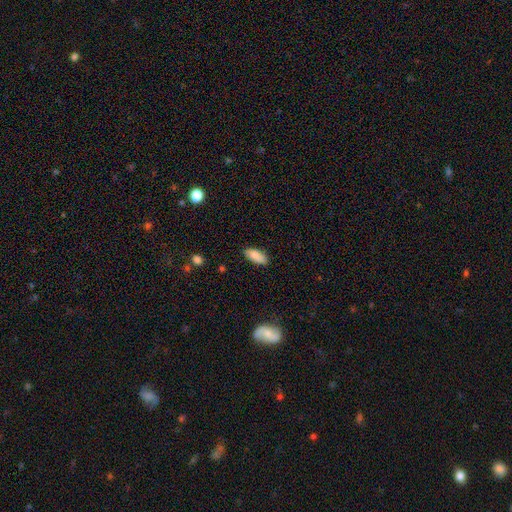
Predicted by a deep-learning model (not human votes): Smooth or featured?
  - smooth: 86% *
  - featured or disk: 7%
  - star or artifact: 7%
How rounded?
  - in between: 85% *
  - cigar-shaped: 13%
  - round: 2%
Merging?
  - none: 82% *
  - minor disturbance: 14%
  - major disturbance: 2%
  - merger: 1%